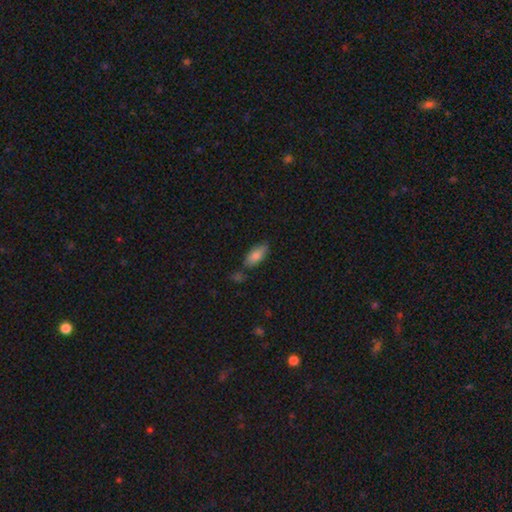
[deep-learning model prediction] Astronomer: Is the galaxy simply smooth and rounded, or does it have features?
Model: smooth — 80%.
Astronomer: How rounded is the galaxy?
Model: in between — 81%.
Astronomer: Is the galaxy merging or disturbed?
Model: none — 71%.